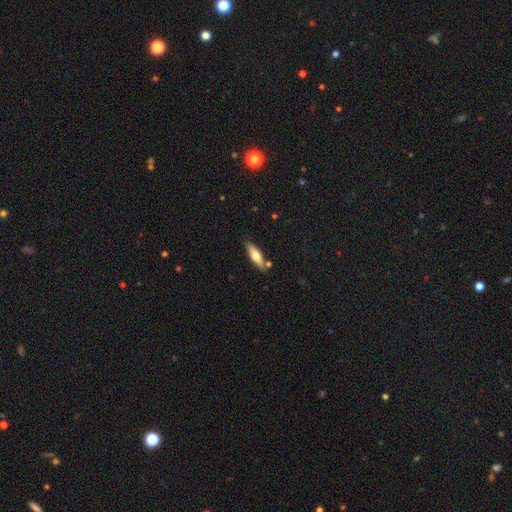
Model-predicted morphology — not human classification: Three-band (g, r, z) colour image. It shows a smooth galaxy with no disk features (58%) that is cigar-shaped (56%). Merging: none (80%).